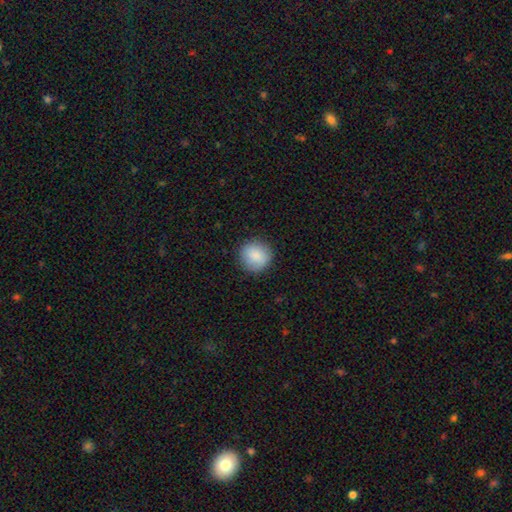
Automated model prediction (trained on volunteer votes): Overall: smooth (87%). How rounded: round (92%). Merging: none (88%).